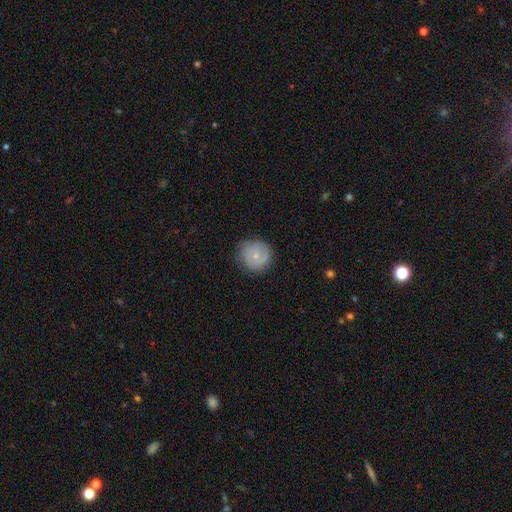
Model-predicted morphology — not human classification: Smooth or featured? smooth (48%)
Merging? none (78%)